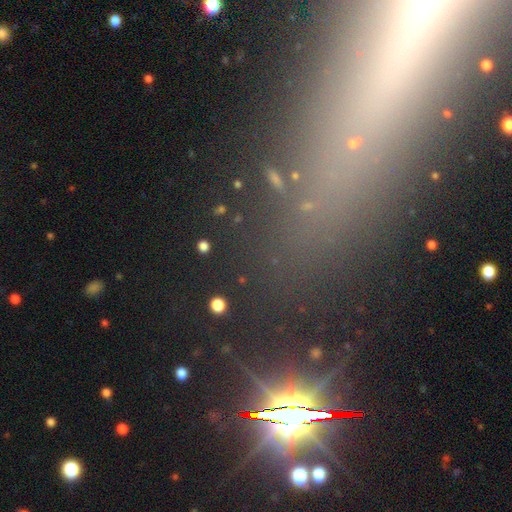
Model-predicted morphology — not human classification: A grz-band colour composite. It shows a star or artifact, not a galaxy (65%).